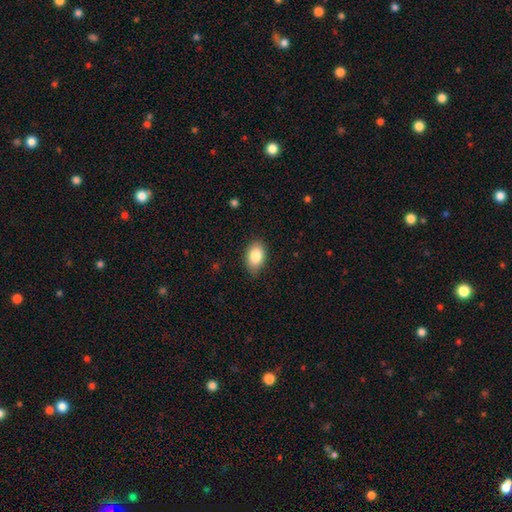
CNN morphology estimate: Smooth or featured: smooth — 85% (featured or disk — 8%)
How rounded: in between — 90% (round — 9%)
Merging: none — 82% (minor disturbance — 14%)